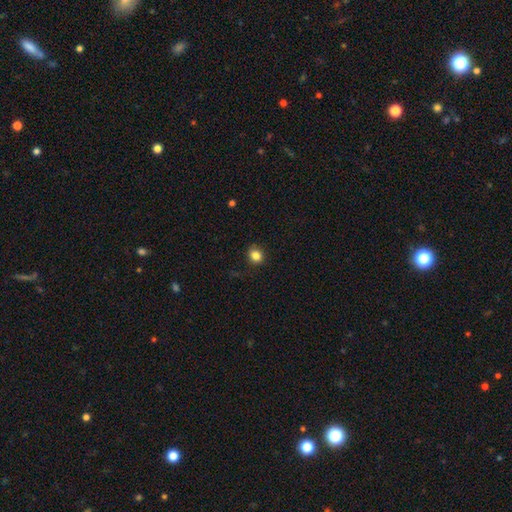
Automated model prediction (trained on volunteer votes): Q: Smooth or featured?
A: smooth (84%); runner-up: star or artifact (11%)
Q: How rounded?
A: round (81%); runner-up: in between (18%)
Q: Merging?
A: none (86%); runner-up: minor disturbance (10%)